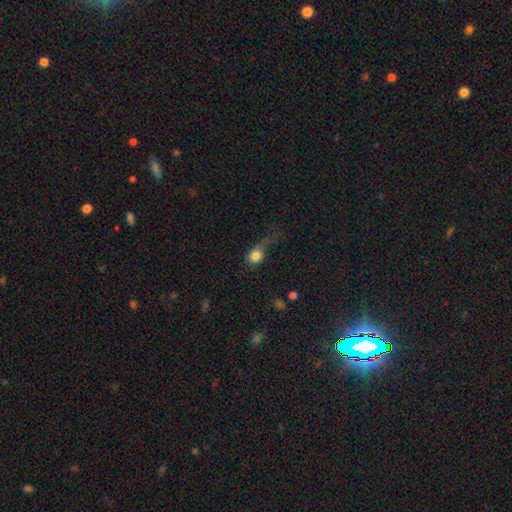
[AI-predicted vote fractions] The model was most divided on "merging": major disturbance: 47%, minor disturbance: 24%, none: 24%, merger: 5%. More confident: smooth or featured — smooth (77%); how rounded — round (65%).